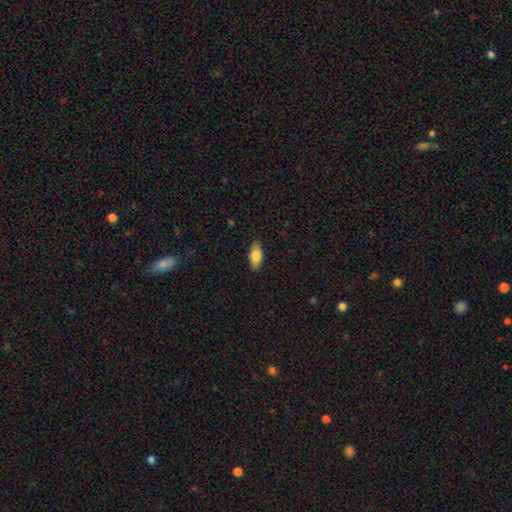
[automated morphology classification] smooth_or_featured: smooth (p=0.81) [alt: featured or disk p=0.13]
how_rounded: in between (p=0.86) [alt: cigar-shaped p=0.12]
merging: none (p=0.88) [alt: minor disturbance p=0.09]